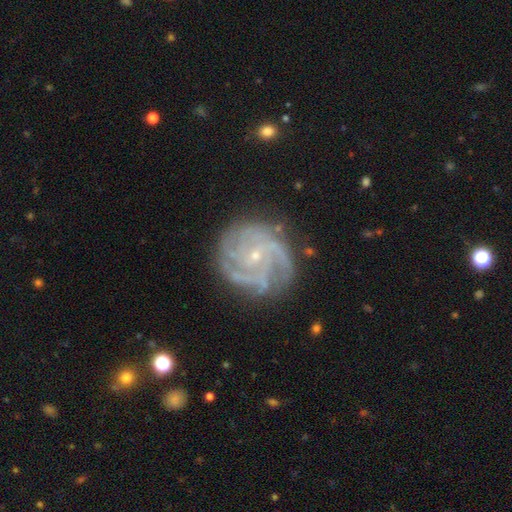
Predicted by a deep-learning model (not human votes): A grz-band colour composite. It shows a featured or disk galaxy (88%) with no bar (64%), 4 (31%) tight (62%) spiral arms (98%) and a small central bulge (83%). Merging: none (77%).